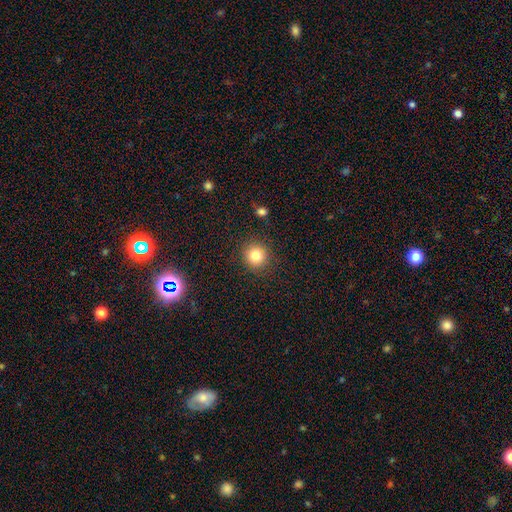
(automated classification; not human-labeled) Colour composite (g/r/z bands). It shows a smooth galaxy with no disk features (82%) that is round (92%). Merging: none (89%).